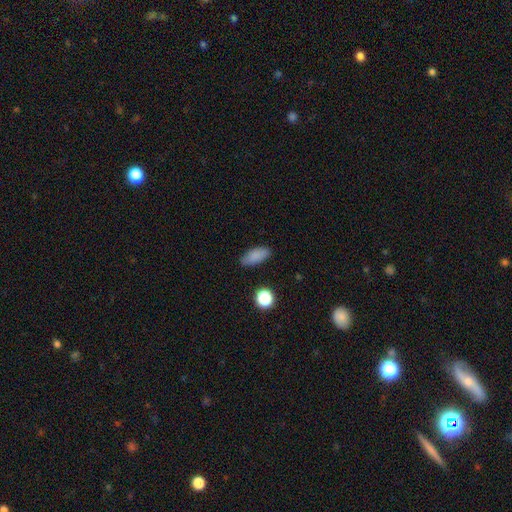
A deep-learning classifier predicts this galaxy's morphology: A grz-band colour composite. It shows a smooth galaxy with no disk features (85%) that is in between round and cigar-shaped (83%). Merging: none (85%).